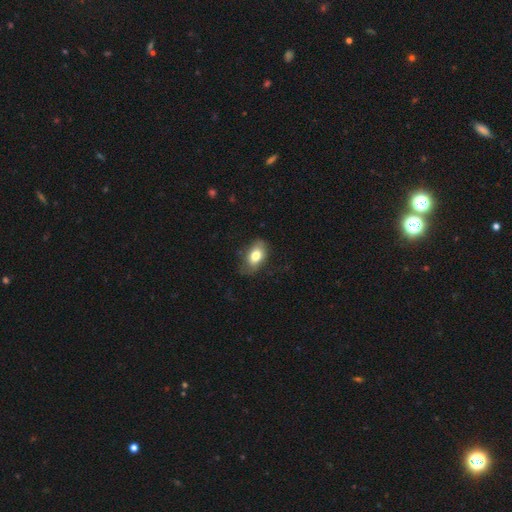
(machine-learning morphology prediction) The model was most divided on "merging": none: 67%, minor disturbance: 24%, major disturbance: 7%, merger: 1%. More confident: how rounded — in between (89%); smooth or featured — smooth (76%).